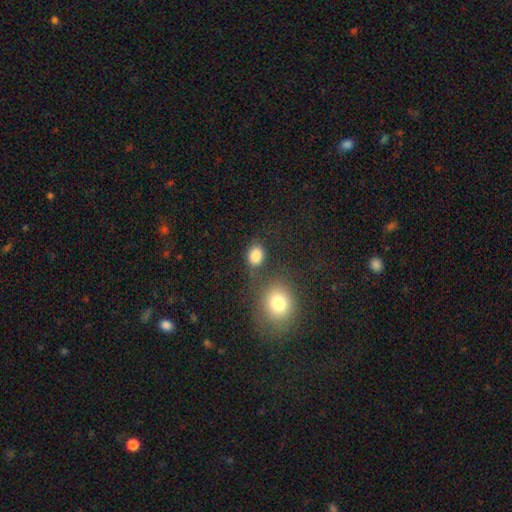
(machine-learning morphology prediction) smooth-or-featured: smooth: 84% | star or artifact: 10% | featured or disk: 5%
  how-rounded: in between: 57% | round: 42% | cigar-shaped: 1%
  merging: none: 65% | minor disturbance: 15% | merger: 14% | major disturbance: 7%